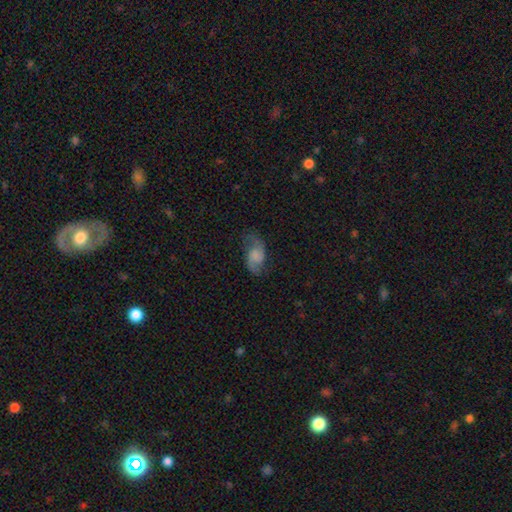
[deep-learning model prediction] featured or disk 74%, smooth 18%, star or artifact 8%. Down the decision tree: edge-on disk — no (97%); bar — no (57%); spiral arms — yes (95%); spiral arm count — 2 (92%); spiral winding — loose (54%); bulge size — none (42%); merging — none (72%).